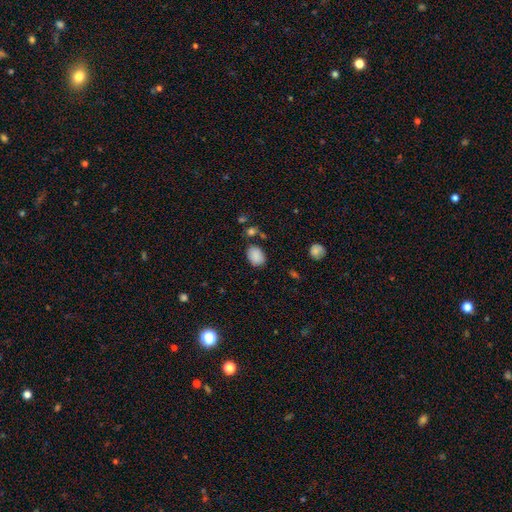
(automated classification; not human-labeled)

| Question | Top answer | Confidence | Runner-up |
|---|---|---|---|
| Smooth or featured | smooth | 87% | star or artifact (8%) |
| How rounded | in between | 78% | round (21%) |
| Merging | none | 77% | minor disturbance (14%) |